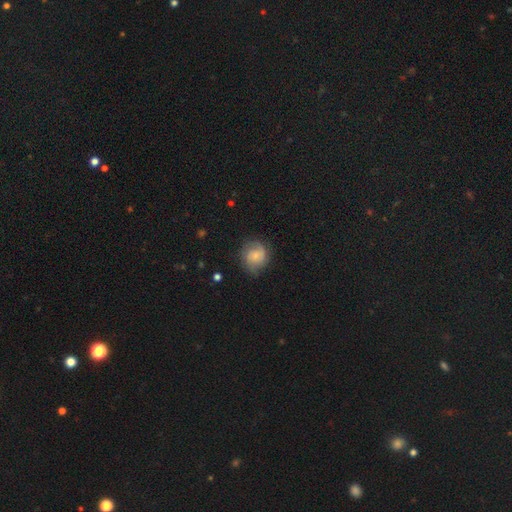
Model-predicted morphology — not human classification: type=smooth (50%); merging=none (73%).